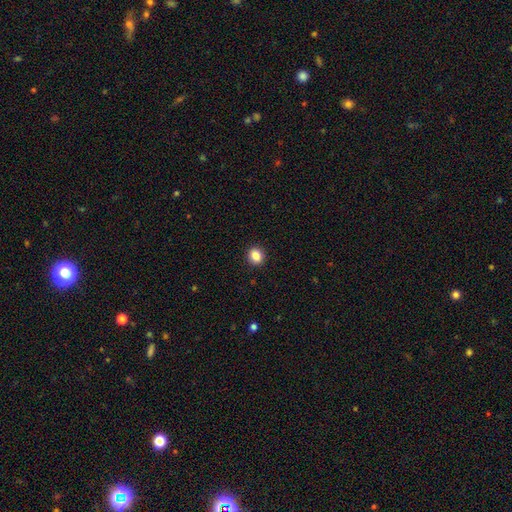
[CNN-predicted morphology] smooth 86%, star or artifact 10%, featured or disk 4%. Down the decision tree: how rounded — round (72%); merging — none (92%).